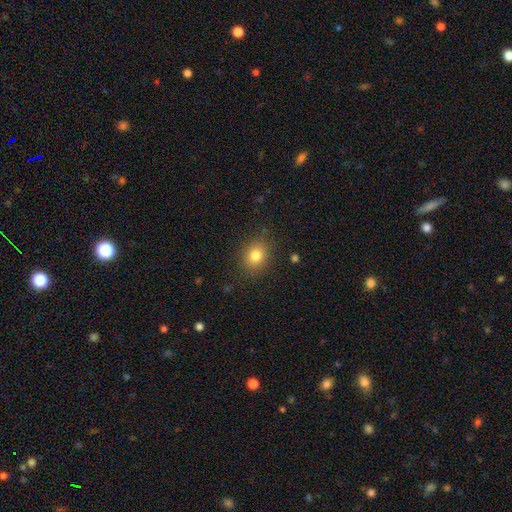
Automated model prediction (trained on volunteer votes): Q: Smooth or featured?
A: smooth (80%); runner-up: star or artifact (12%)
Q: How rounded?
A: round (61%); runner-up: in between (38%)
Q: Merging?
A: none (85%); runner-up: minor disturbance (10%)